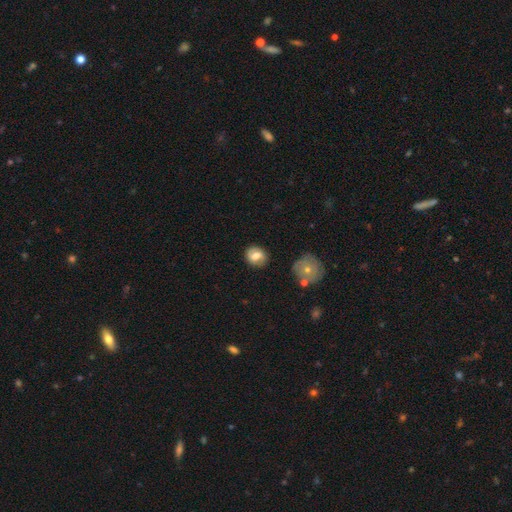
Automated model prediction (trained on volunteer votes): Morphology: type=smooth (66%); roundness=round (59%); merging=none (78%).